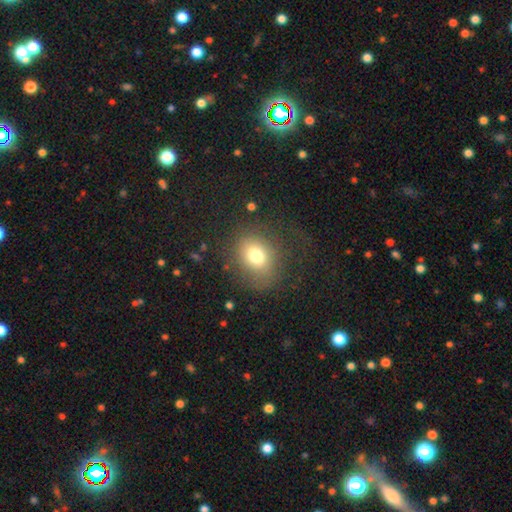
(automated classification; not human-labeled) Smooth or featured? Predicted: smooth (p=0.73). How rounded? Predicted: round (p=0.63). Merging? Predicted: none (p=0.70).